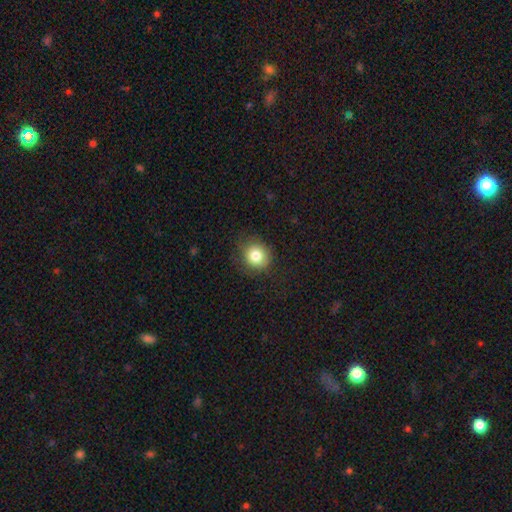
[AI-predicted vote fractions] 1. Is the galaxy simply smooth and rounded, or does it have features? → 82% smooth, 10% star or artifact, 8% featured or disk.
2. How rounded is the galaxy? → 86% round, 13% in between, 1% cigar-shaped.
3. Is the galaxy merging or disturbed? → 80% none, 14% minor disturbance, 4% major disturbance, 1% merger.